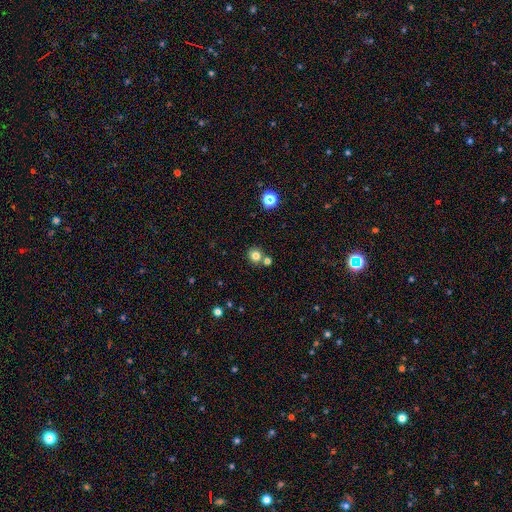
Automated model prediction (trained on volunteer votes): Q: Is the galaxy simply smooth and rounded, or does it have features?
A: smooth — 77%.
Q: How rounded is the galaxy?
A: round — 89%.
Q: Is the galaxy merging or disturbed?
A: none — 70%.